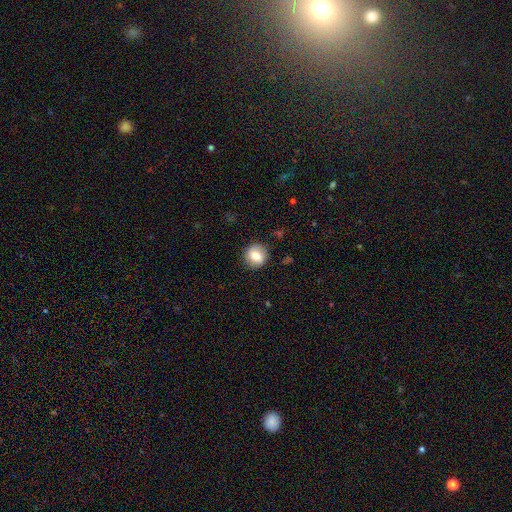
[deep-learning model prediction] smooth_or_featured: smooth (p=0.78) [alt: featured or disk p=0.13]
how_rounded: round (p=0.87) [alt: in between p=0.12]
merging: none (p=0.85) [alt: minor disturbance p=0.11]